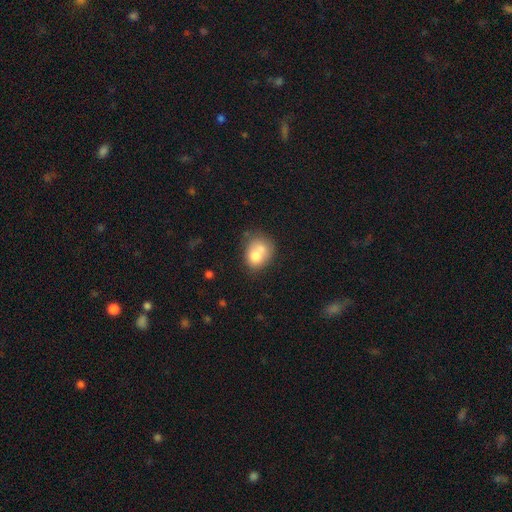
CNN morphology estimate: smooth_or_featured: smooth (p=0.70) [alt: featured or disk p=0.22]
how_rounded: in between (p=0.52) [alt: round p=0.47]
merging: merger (p=0.51) [alt: none p=0.30]